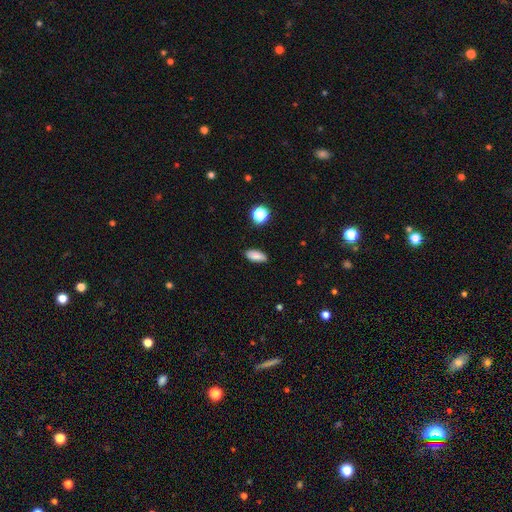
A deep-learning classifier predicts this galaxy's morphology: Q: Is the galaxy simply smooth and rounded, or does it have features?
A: smooth — 86%.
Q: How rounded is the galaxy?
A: in between — 82%.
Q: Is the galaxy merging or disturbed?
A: none — 87%.